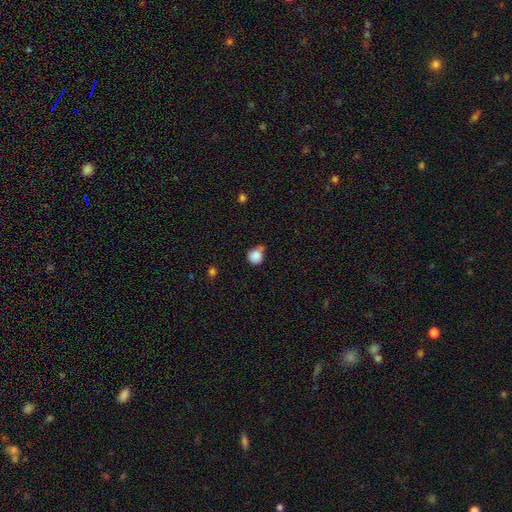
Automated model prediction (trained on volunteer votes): Smooth or featured?
  - smooth: 86% *
  - star or artifact: 9%
  - featured or disk: 5%
How rounded?
  - round: 83% *
  - in between: 16%
  - cigar-shaped: 1%
Merging?
  - none: 51% *
  - minor disturbance: 30%
  - merger: 12%
  - major disturbance: 7%